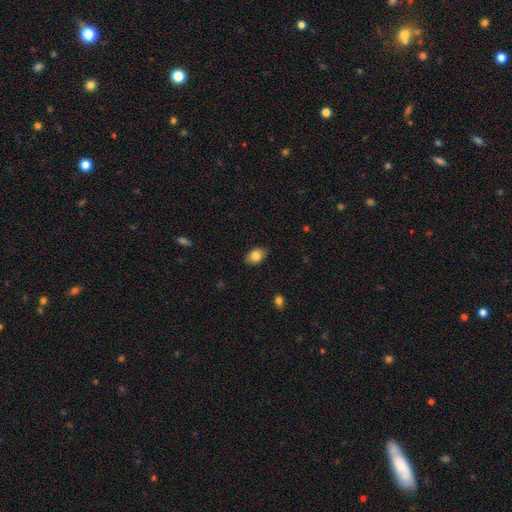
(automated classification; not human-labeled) smooth 83%, featured or disk 9%, star or artifact 7%. Down the decision tree: how rounded — in between (85%); merging — none (87%).